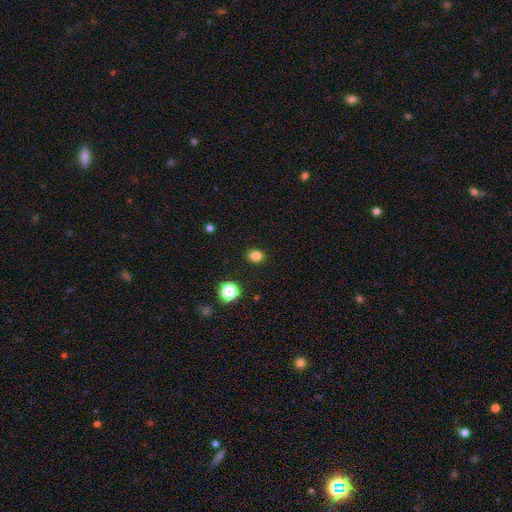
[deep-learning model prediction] A smooth galaxy with no disk features (82%) that is round (63%).

Vote fractions:
- Smooth or featured? smooth: 82% / star or artifact: 14% / featured or disk: 4%
- How rounded? round: 63% / in between: 36% / cigar-shaped: 1%
- Merging? none: 89% / minor disturbance: 7% / major disturbance: 2% / merger: 1%